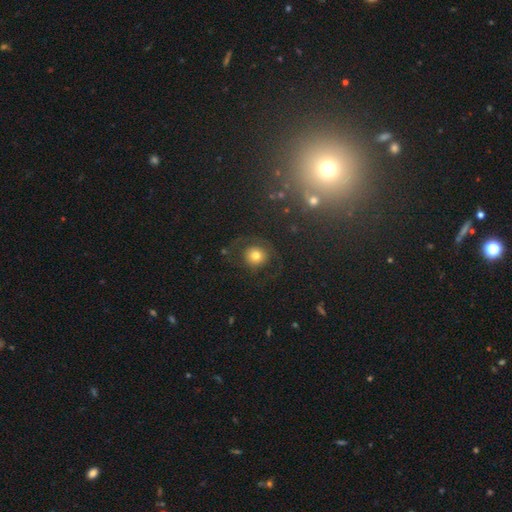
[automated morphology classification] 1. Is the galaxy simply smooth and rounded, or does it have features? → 62% smooth, 25% featured or disk, 13% star or artifact.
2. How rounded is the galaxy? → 88% round, 11% in between, 1% cigar-shaped.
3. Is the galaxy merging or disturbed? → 68% none, 15% major disturbance, 14% minor disturbance, 3% merger.